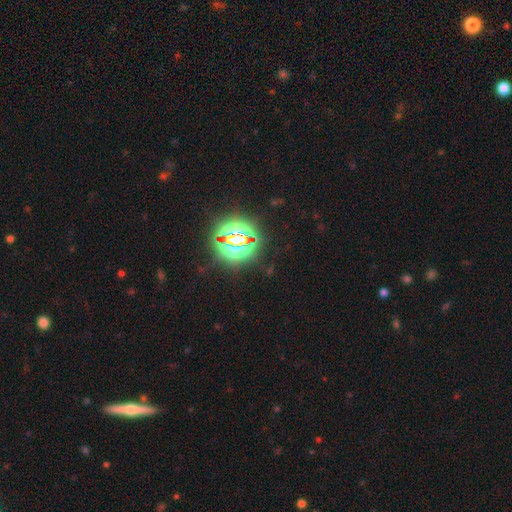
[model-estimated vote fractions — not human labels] The model was most divided on "smooth or featured": star or artifact: 80%, smooth: 11%, featured or disk: 8%.